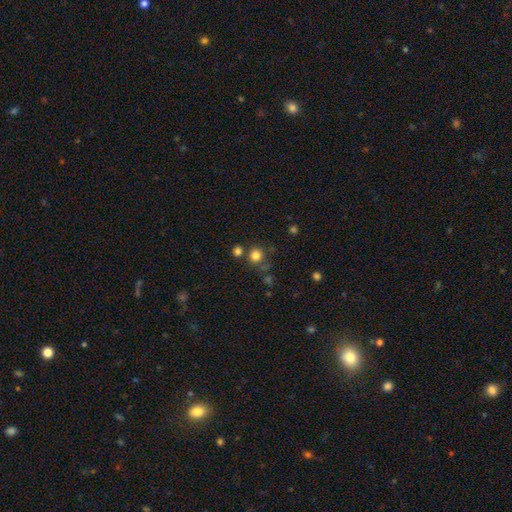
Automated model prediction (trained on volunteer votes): The model was most divided on "merging": none: 74%, merger: 13%, minor disturbance: 9%, major disturbance: 4%. More confident: how rounded — round (92%); smooth or featured — smooth (79%).